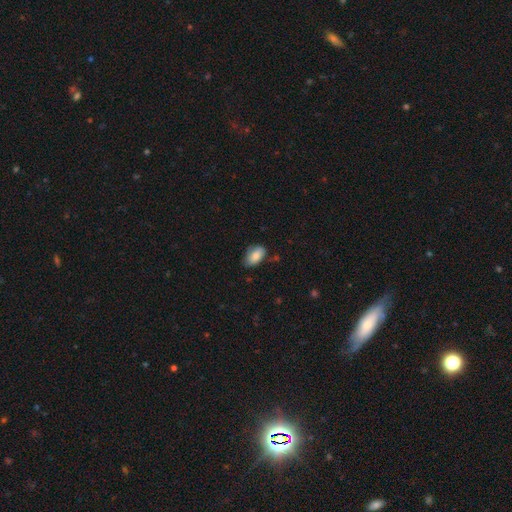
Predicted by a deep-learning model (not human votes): Smooth or featured: smooth — 82% (featured or disk — 11%)
How rounded: in between — 92% (round — 6%)
Merging: none — 68% (minor disturbance — 25%)